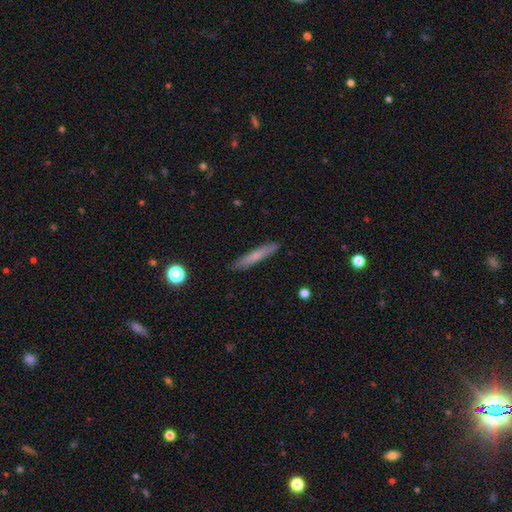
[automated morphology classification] Smooth or featured? smooth (65%)
How rounded? cigar-shaped (94%)
Merging? none (89%)